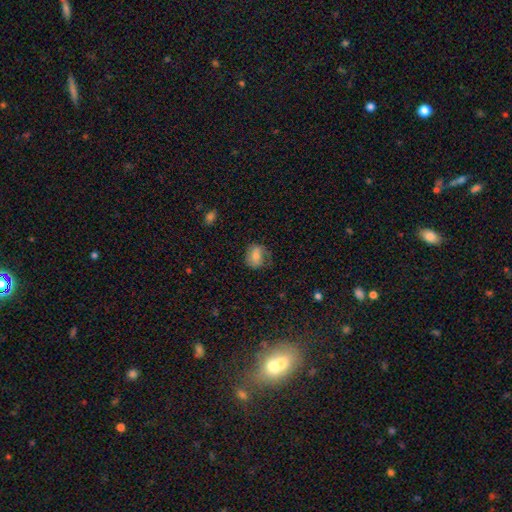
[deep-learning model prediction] Smooth or featured?
  - smooth: 71% *
  - featured or disk: 21%
  - star or artifact: 9%
How rounded?
  - in between: 50% *
  - round: 49%
  - cigar-shaped: 1%
Merging?
  - none: 57% *
  - minor disturbance: 26%
  - major disturbance: 15%
  - merger: 2%